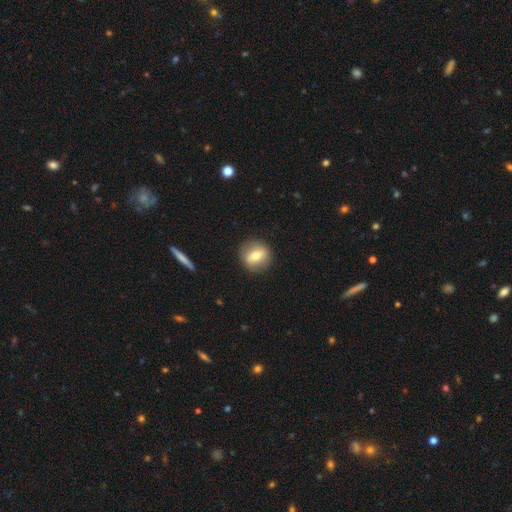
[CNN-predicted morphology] Q: Smooth or featured?
A: smooth (55%); runner-up: featured or disk (37%)
Q: How rounded?
A: round (79%); runner-up: in between (19%)
Q: Merging?
A: none (87%); runner-up: minor disturbance (9%)